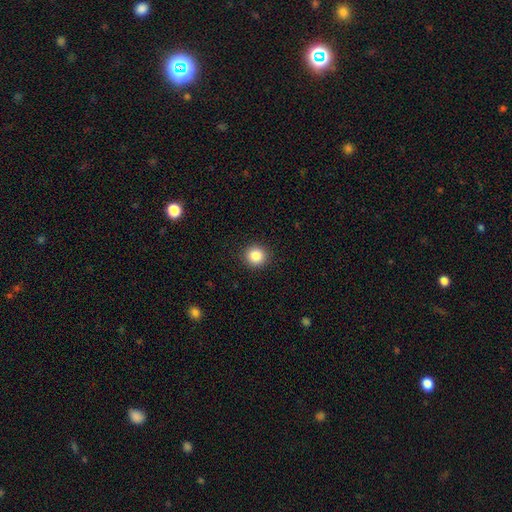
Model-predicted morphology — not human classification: A smooth galaxy with no disk features (85%) that is round (92%). Merging: none (92%).